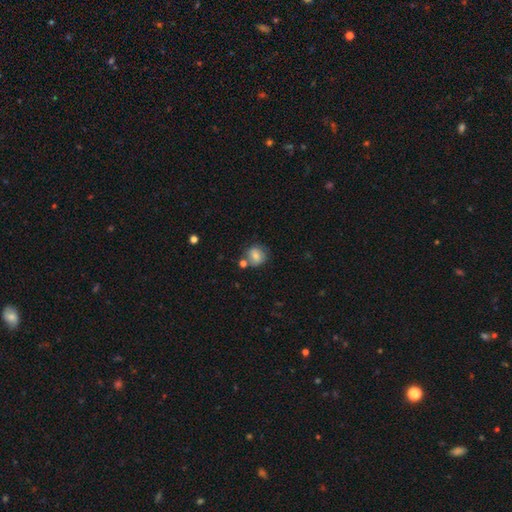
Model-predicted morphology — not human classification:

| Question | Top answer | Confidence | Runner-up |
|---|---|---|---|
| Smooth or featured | smooth | 72% | featured or disk (18%) |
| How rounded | round | 76% | in between (23%) |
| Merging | none | 63% | minor disturbance (16%) |